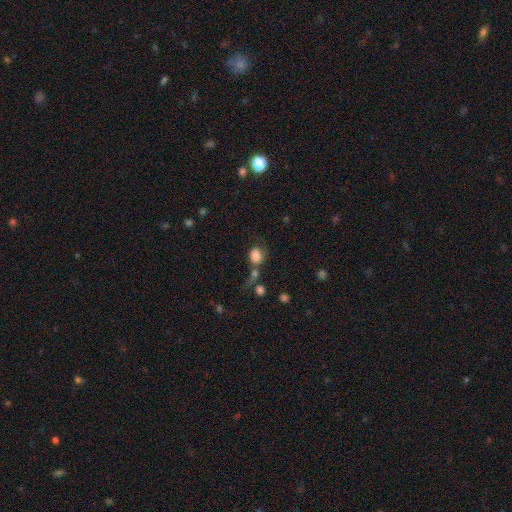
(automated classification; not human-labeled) A smooth galaxy with no disk features (81%) that is round (59%).

Vote fractions:
- Smooth or featured? smooth: 81% / star or artifact: 10% / featured or disk: 9%
- How rounded? round: 59% / in between: 39% / cigar-shaped: 1%
- Merging? none: 38% / merger: 29% / minor disturbance: 17% / major disturbance: 16%